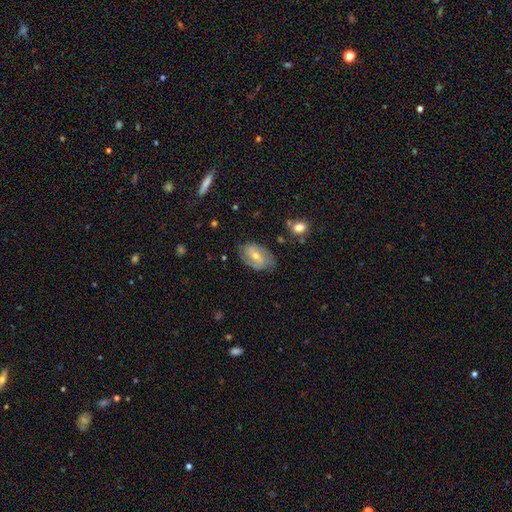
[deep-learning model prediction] smooth-or-featured: featured or disk: 67% | smooth: 24% | star or artifact: 9%
  disk-edge-on: no: 95% | yes: 5%
    bar: weak: 45% | no: 37% | strong: 18%
    has-spiral-arms: yes: 84% | no: 16%
      spiral-winding: tight: 43% | medium: 39% | loose: 18%
      spiral-arm-count: 2: 66% | can't tell: 21% | 3: 5% | 1: 4% | 4: 2% | more than 4: 2%
    bulge-size: moderate: 51% | small: 46% | large: 2% | none: 1% | dominant: 1%
  merging: none: 76% | minor disturbance: 18% | major disturbance: 5% | merger: 2%